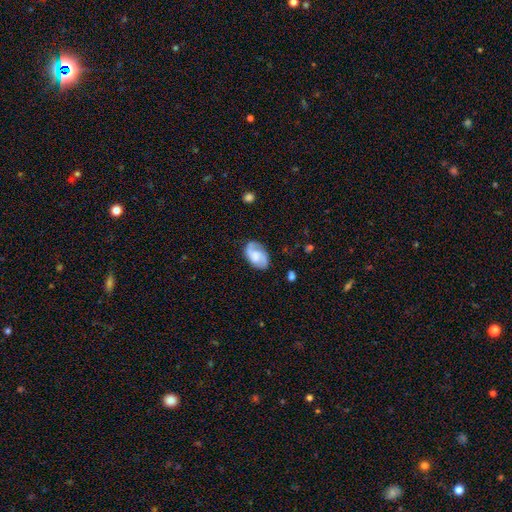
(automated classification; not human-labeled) Smooth or featured?
  - featured or disk: 58% *
  - smooth: 34%
  - star or artifact: 8%
Edge-on disk?
  - no: 97% *
  - yes: 3%
Bar?
  - no: 56% *
  - weak: 37%
  - strong: 7%
Spiral arms?
  - yes: 90% *
  - no: 10%
Spiral winding?
  - medium: 45% *
  - loose: 28%
  - tight: 27%
Spiral arm count?
  - 2: 71% *
  - can't tell: 12%
  - 1: 7%
  - 3: 6%
  - 4: 2%
  - more than 4: 2%
Bulge size?
  - none: 34% *
  - moderate: 25%
  - small: 23%
  - large: 15%
  - dominant: 3%
Merging?
  - none: 69% *
  - minor disturbance: 21%
  - major disturbance: 7%
  - merger: 2%